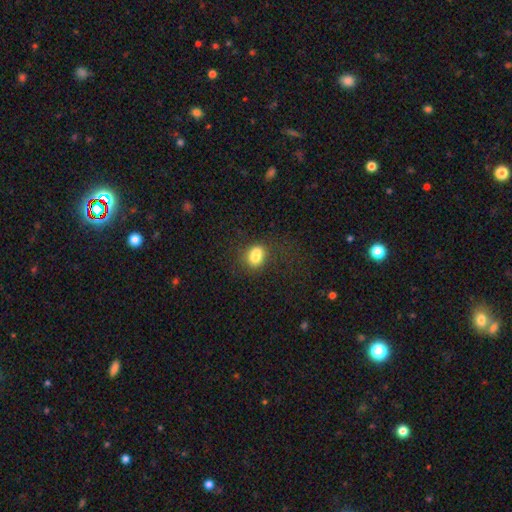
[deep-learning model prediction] Smooth or featured? Predicted: smooth (p=0.80). How rounded? Predicted: in between (p=0.59). Merging? Predicted: none (p=0.58).